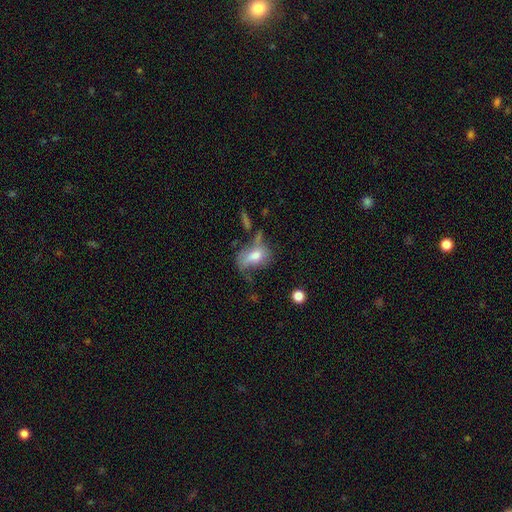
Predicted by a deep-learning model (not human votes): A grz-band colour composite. It shows a smooth galaxy with no disk features (62%) that is in between round and cigar-shaped (82%). Merging: none (35%).